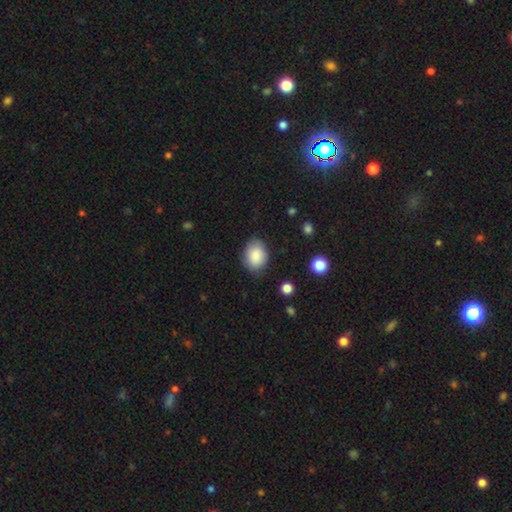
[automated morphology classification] Smooth or featured? smooth (87%)
How rounded? in between (65%)
Merging? none (76%)